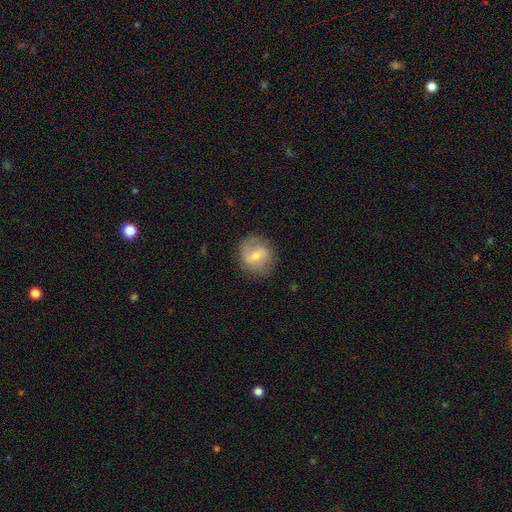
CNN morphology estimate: smooth_or_featured: featured or disk (p=0.52) [alt: smooth p=0.40]
disk_edge_on: no (p=0.95) [alt: yes p=0.05]
merging: none (p=0.80) [alt: minor disturbance p=0.14]